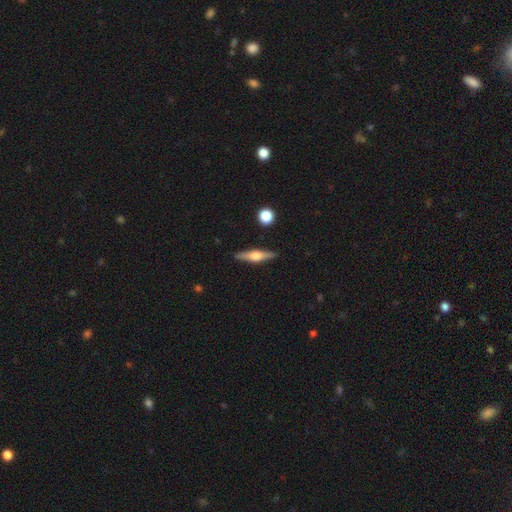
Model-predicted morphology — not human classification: type=featured or disk (61%); edge-on=yes (96%); edge-on bulge=rounded (90%); merging=none (89%).